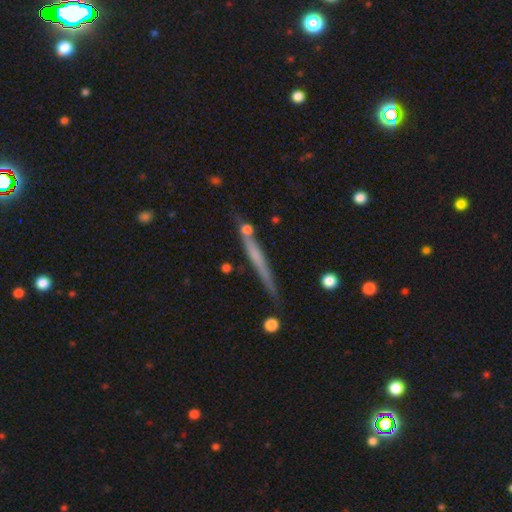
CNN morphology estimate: A featured or disk galaxy (51%) viewed edge-on (95%).

Vote fractions:
- Smooth or featured? featured or disk: 51% / smooth: 41% / star or artifact: 7%
- Edge-on disk? yes: 95% / no: 5%
- Merging? none: 76% / minor disturbance: 14% / merger: 6% / major disturbance: 3%